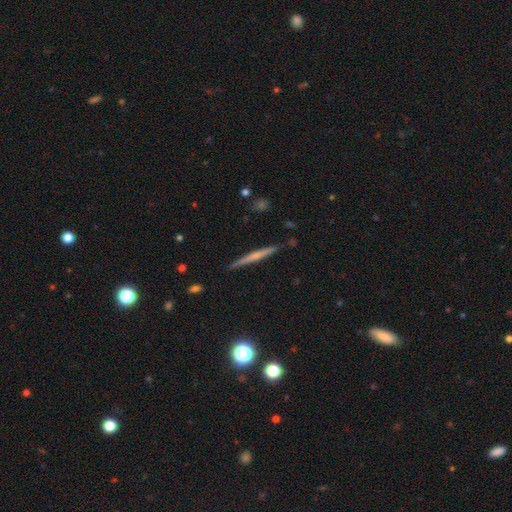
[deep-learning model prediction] This appears to be a featured or disk galaxy (58%) viewed edge-on (98%) with no central bulge (59%). Merging: none (90%).